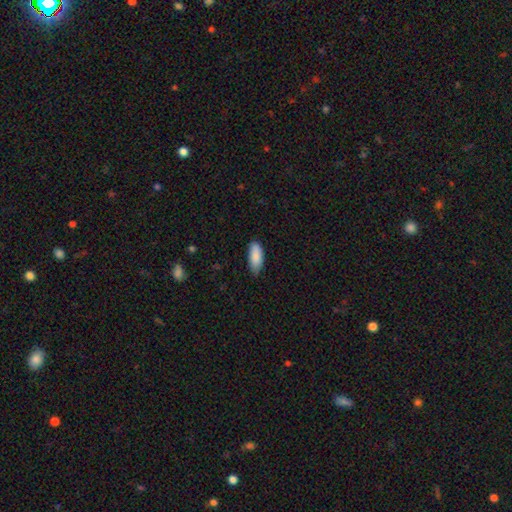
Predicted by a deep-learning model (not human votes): The model was most divided on "merging": none: 78%, minor disturbance: 19%, major disturbance: 2%, merger: 1%. More confident: smooth or featured — smooth (88%); how rounded — in between (82%).